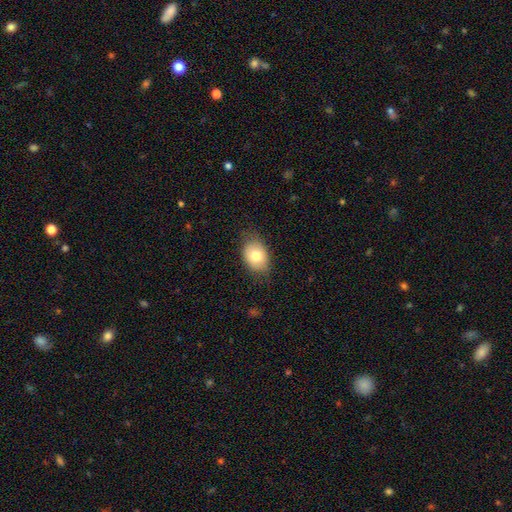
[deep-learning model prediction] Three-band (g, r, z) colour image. It shows a smooth galaxy with no disk features (78%) that is in between round and cigar-shaped (76%). Merging: none (72%).